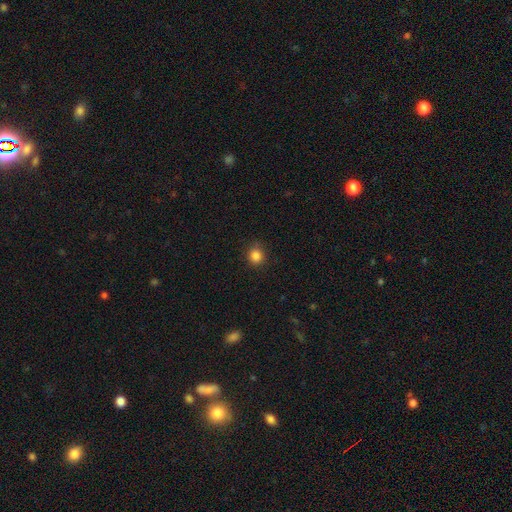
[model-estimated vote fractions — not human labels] A smooth galaxy with no disk features (85%) that is round (87%).

Vote fractions:
- Smooth or featured? smooth: 85% / star or artifact: 12% / featured or disk: 3%
- How rounded? round: 87% / in between: 12% / cigar-shaped: 1%
- Merging? none: 85% / minor disturbance: 11% / major disturbance: 3% / merger: 1%